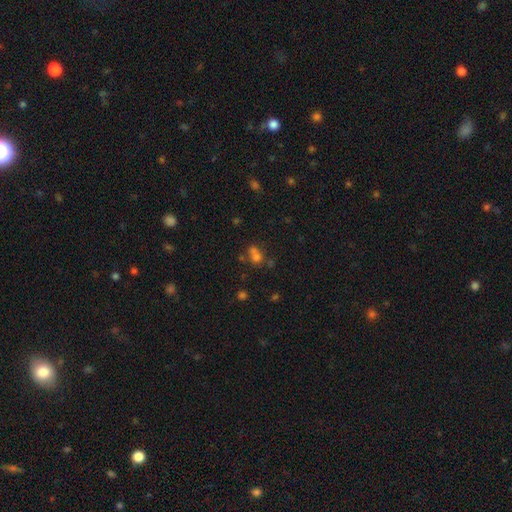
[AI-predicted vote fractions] Smooth or featured?
  - smooth: 64% *
  - star or artifact: 20%
  - featured or disk: 16%
How rounded?
  - round: 72% *
  - in between: 26%
  - cigar-shaped: 1%
Merging?
  - merger: 48% *
  - none: 37%
  - minor disturbance: 9%
  - major disturbance: 5%